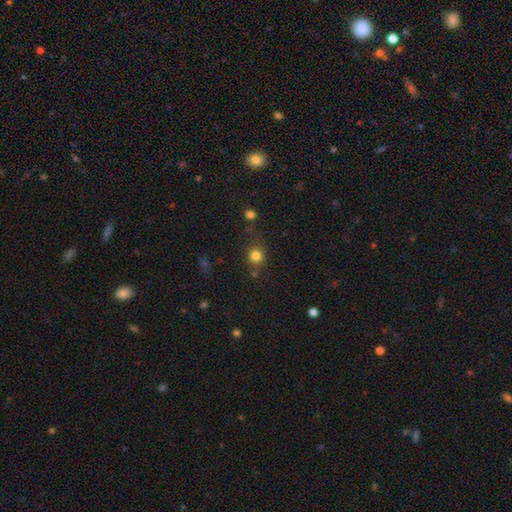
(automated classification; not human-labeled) Smooth or featured? Predicted: smooth (p=0.81). How rounded? Predicted: round (p=0.89). Merging? Predicted: none (p=0.78).